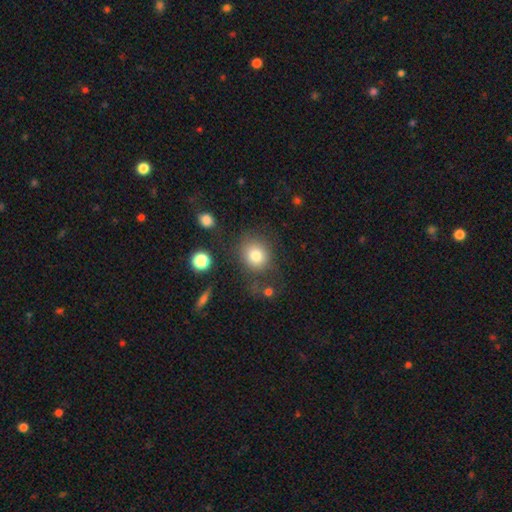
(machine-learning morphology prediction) The model was most divided on "how rounded": round: 75%, in between: 24%, cigar-shaped: 1%. More confident: smooth or featured — smooth (79%); merging — none (70%).